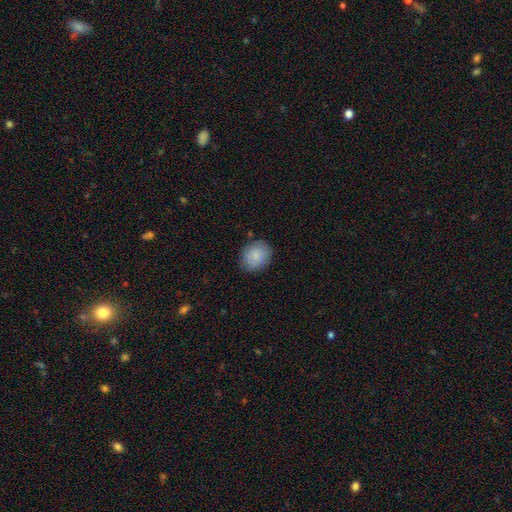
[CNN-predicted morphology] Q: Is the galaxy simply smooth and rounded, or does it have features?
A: smooth — 85%.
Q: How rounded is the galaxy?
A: round — 62%.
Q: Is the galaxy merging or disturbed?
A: none — 82%.